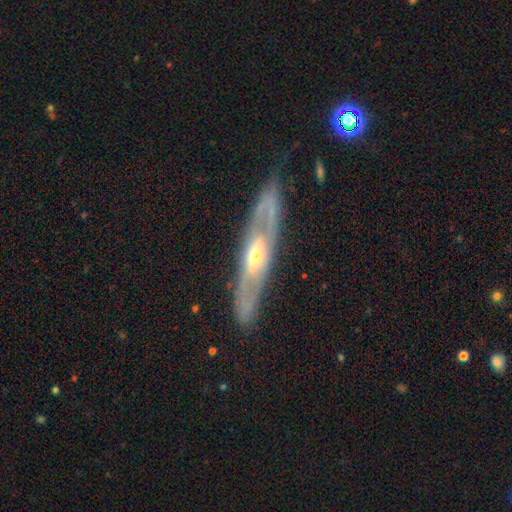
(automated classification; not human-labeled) The model was most divided on "edge-on disk": no: 58%, yes: 42%. More confident: merging — none (82%); smooth or featured — featured or disk (77%).